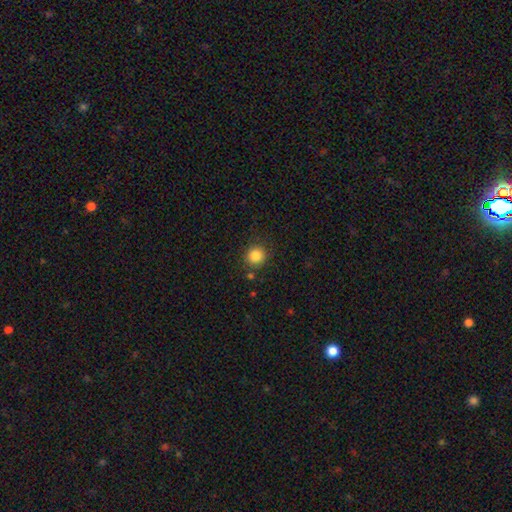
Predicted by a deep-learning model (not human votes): smooth_or_featured: smooth (p=0.84) [alt: star or artifact p=0.11]
how_rounded: round (p=0.89) [alt: in between p=0.10]
merging: none (p=0.86) [alt: minor disturbance p=0.08]